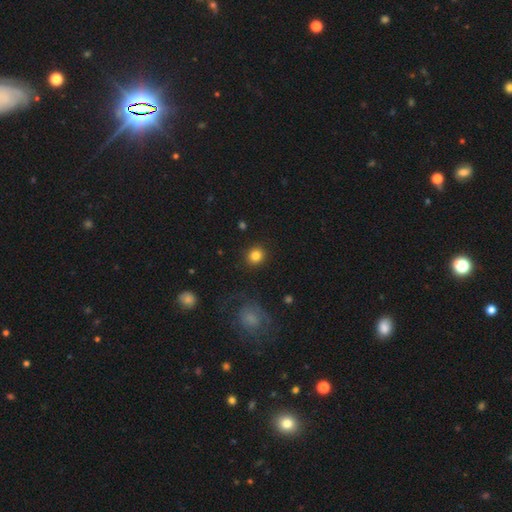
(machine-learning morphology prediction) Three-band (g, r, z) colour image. It shows a smooth galaxy with no disk features (84%) that is round (84%). Merging: none (90%).